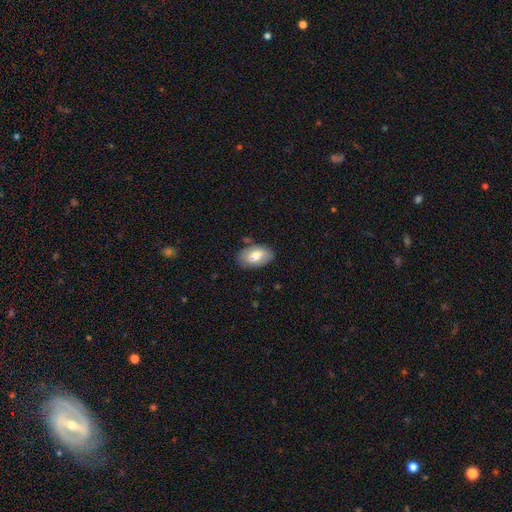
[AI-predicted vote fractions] smooth_or_featured: smooth (p=0.69) [alt: featured or disk p=0.24]
how_rounded: in between (p=0.93) [alt: round p=0.05]
merging: none (p=0.78) [alt: minor disturbance p=0.15]